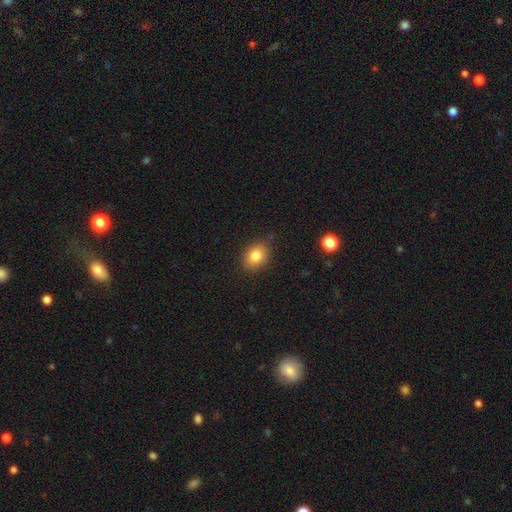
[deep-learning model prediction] Smooth or featured?
  - smooth: 83% *
  - star or artifact: 10%
  - featured or disk: 7%
How rounded?
  - in between: 60% *
  - round: 38%
  - cigar-shaped: 1%
Merging?
  - none: 83% *
  - minor disturbance: 13%
  - major disturbance: 3%
  - merger: 2%